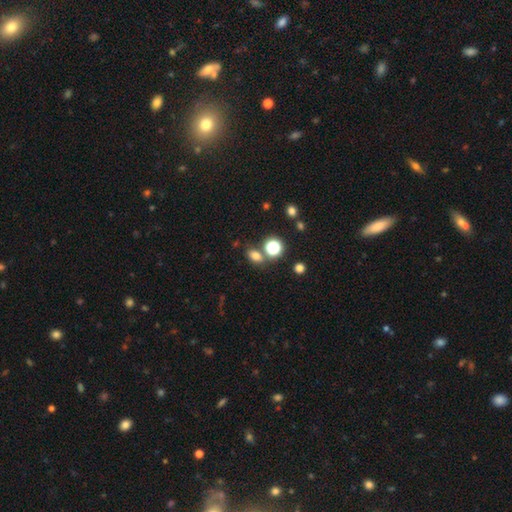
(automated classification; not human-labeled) Q: Smooth or featured?
A: smooth (73%); runner-up: star or artifact (19%)
Q: How rounded?
A: in between (67%); runner-up: round (31%)
Q: Merging?
A: none (70%); runner-up: merger (15%)